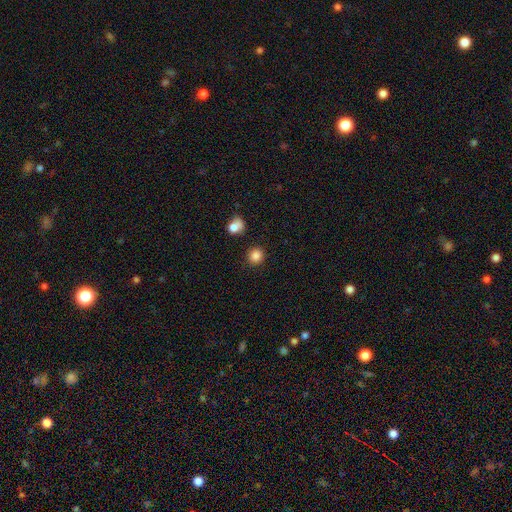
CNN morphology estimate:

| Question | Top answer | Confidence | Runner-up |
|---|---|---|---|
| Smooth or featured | smooth | 85% | star or artifact (11%) |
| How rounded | round | 90% | in between (9%) |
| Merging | none | 86% | minor disturbance (7%) |